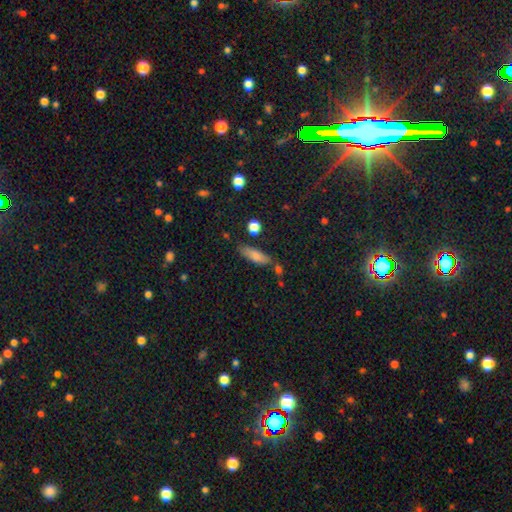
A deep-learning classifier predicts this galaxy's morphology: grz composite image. It shows a smooth galaxy with no disk features (79%) that is in between round and cigar-shaped (53%). Merging: none (71%).